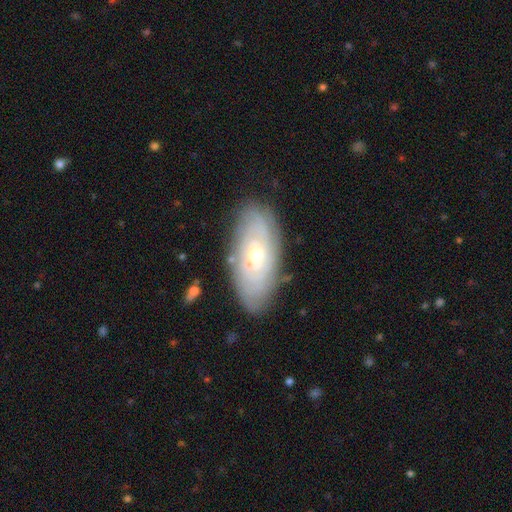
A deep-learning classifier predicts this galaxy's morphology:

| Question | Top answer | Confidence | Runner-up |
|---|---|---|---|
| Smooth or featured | featured or disk | 70% | smooth (23%) |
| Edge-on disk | no | 89% | yes (11%) |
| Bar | no | 76% | weak (20%) |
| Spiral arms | yes | 81% | no (19%) |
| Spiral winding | tight | 77% | medium (18%) |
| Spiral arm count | can't tell | 65% | 2 (12%) |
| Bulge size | small | 61% | moderate (36%) |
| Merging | none | 82% | minor disturbance (13%) |